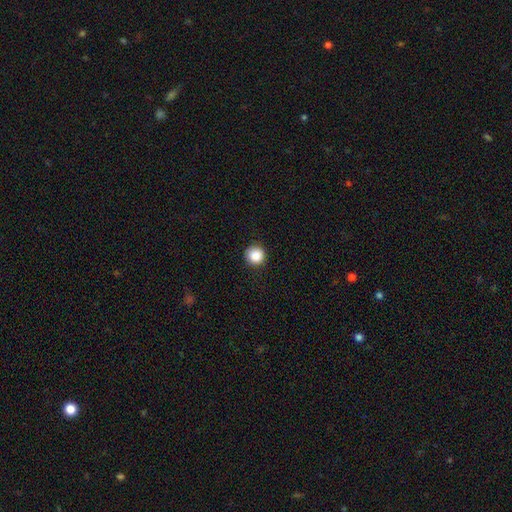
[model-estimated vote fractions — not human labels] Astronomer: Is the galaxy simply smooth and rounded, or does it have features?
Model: smooth — 87%.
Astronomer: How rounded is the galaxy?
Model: round — 95%.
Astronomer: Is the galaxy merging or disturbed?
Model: none — 89%.